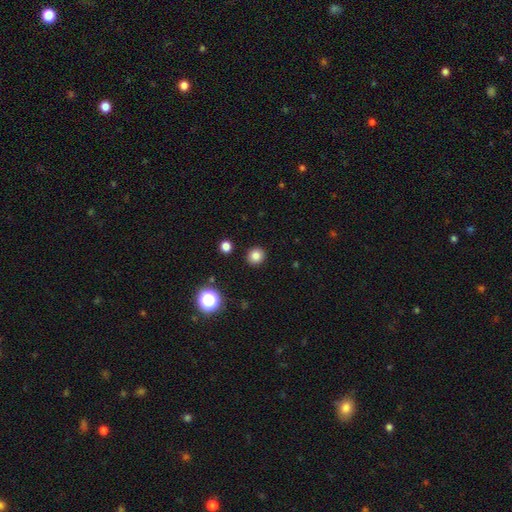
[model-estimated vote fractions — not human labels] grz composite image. It shows a smooth galaxy with no disk features (83%) that is round (87%). Merging: none (91%).